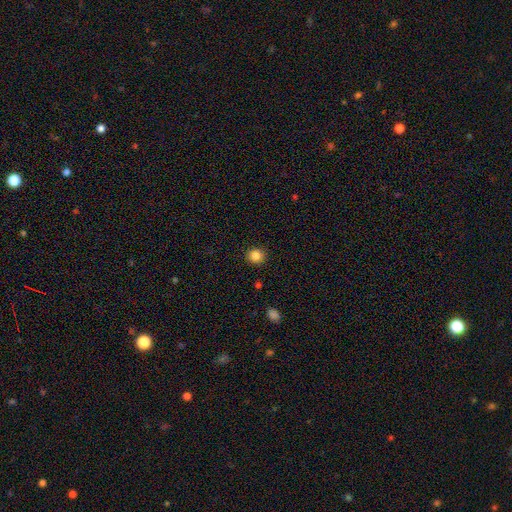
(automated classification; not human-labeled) Overall: smooth (84%). How rounded: round (90%). Merging: none (91%).